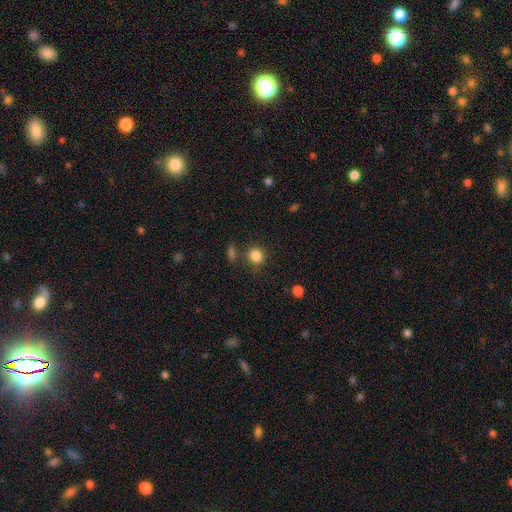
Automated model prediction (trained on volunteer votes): This is clearly a smooth galaxy (85%). How rounded: clearly round (83%). Merging: likely none (78%).